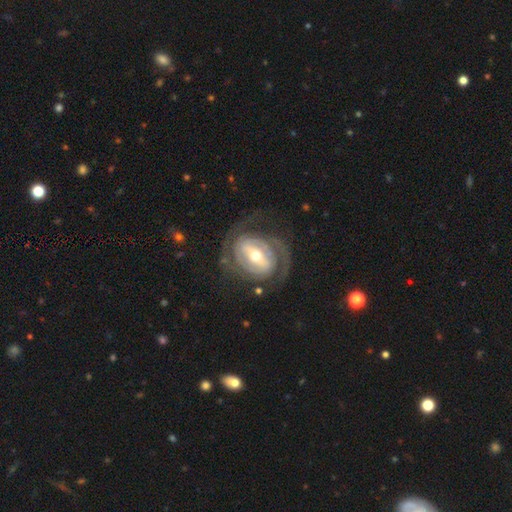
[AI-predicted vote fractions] smooth-or-featured: featured or disk: 85% | smooth: 10% | star or artifact: 5%
  disk-edge-on: no: 96% | yes: 4%
    bar: strong: 46% | weak: 34% | no: 20%
    has-spiral-arms: yes: 88% | no: 12%
      spiral-winding: tight: 53% | medium: 34% | loose: 13%
      spiral-arm-count: 2: 68% | can't tell: 15% | 3: 8% | 1: 5% | 4: 2% | more than 4: 2%
    bulge-size: moderate: 63% | small: 29% | large: 6% | dominant: 1% | none: 1%
  merging: none: 69% | minor disturbance: 15% | major disturbance: 14% | merger: 2%